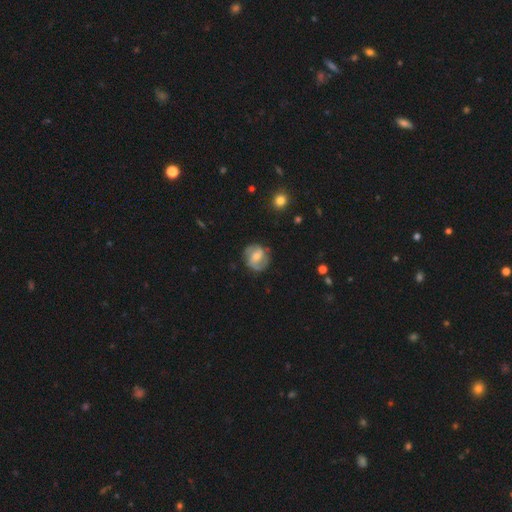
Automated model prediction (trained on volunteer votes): A featured or disk galaxy (67%) with a weak bar (51%), 2 (75%) medium (46%) spiral arms (88%) and a moderate central bulge (49%).

Vote fractions:
- Smooth or featured? featured or disk: 67% / smooth: 26% / star or artifact: 7%
- Edge-on disk? no: 97% / yes: 3%
- Bar? weak: 51% / no: 29% / strong: 19%
- Spiral arms? yes: 88% / no: 12%
- Spiral winding? medium: 46% / tight: 36% / loose: 19%
- Spiral arm count? 2: 75% / can't tell: 13% / 3: 5% / 1: 3% / 4: 2% / more than 4: 2%
- Bulge size? moderate: 49% / small: 39% / none: 6% / large: 5% / dominant: 1%
- Merging? none: 77% / minor disturbance: 16% / major disturbance: 6% / merger: 1%